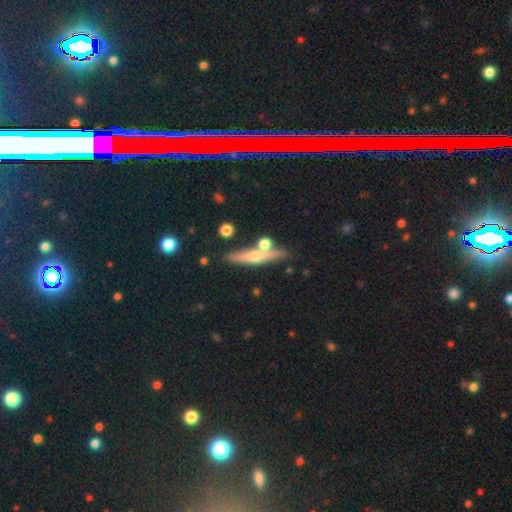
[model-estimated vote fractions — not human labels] A featured or disk galaxy (57%) viewed edge-on (93%) with a rounded central bulge (86%).

Vote fractions:
- Smooth or featured? featured or disk: 57% / smooth: 31% / star or artifact: 12%
- Edge-on disk? yes: 93% / no: 7%
- Edge-on bulge? rounded: 86% / none: 9% / boxy: 5%
- Merging? none: 78% / merger: 10% / minor disturbance: 9% / major disturbance: 3%